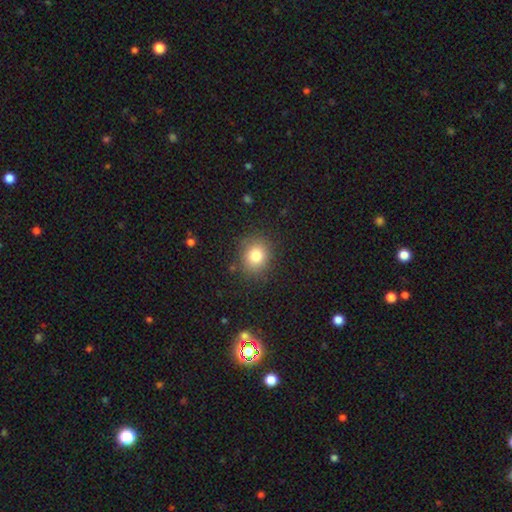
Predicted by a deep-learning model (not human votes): smooth-or-featured: smooth: 80% | star or artifact: 12% | featured or disk: 8%
  how-rounded: round: 73% | in between: 26% | cigar-shaped: 1%
  merging: none: 84% | minor disturbance: 11% | major disturbance: 3% | merger: 2%